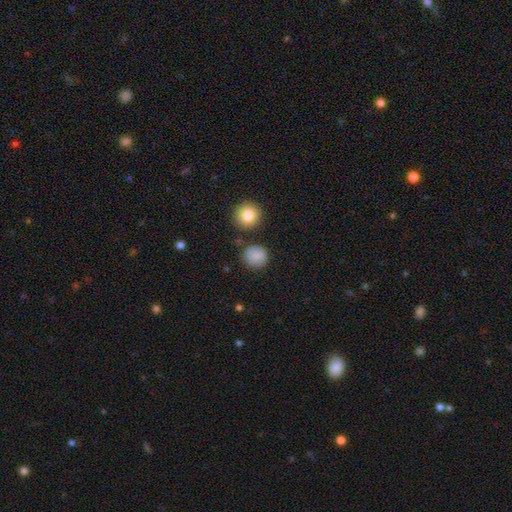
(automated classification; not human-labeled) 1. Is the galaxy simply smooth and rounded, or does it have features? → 82% smooth, 9% star or artifact, 9% featured or disk.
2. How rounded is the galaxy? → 92% round, 7% in between, 1% cigar-shaped.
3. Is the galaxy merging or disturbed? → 83% none, 10% minor disturbance, 3% major disturbance, 3% merger.